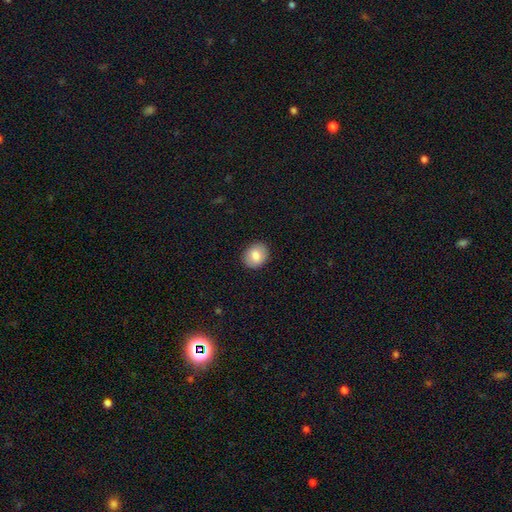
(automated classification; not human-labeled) A smooth galaxy with no disk features (80%) that is round (56%). Merging: none (88%).